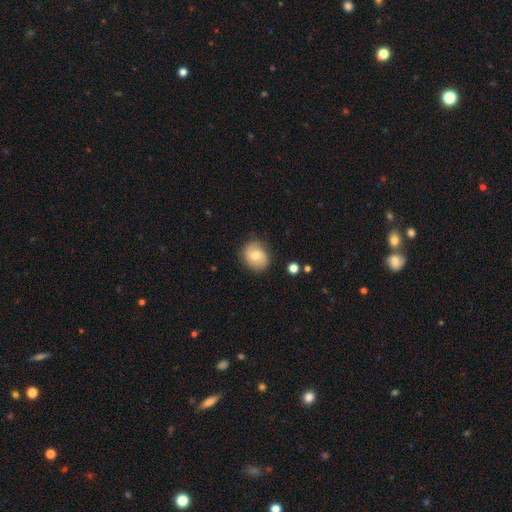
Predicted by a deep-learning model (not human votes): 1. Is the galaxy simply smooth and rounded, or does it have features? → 65% smooth, 27% featured or disk, 8% star or artifact.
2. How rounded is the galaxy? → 64% round, 35% in between, 1% cigar-shaped.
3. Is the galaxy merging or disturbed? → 79% none, 16% minor disturbance, 4% major disturbance, 1% merger.